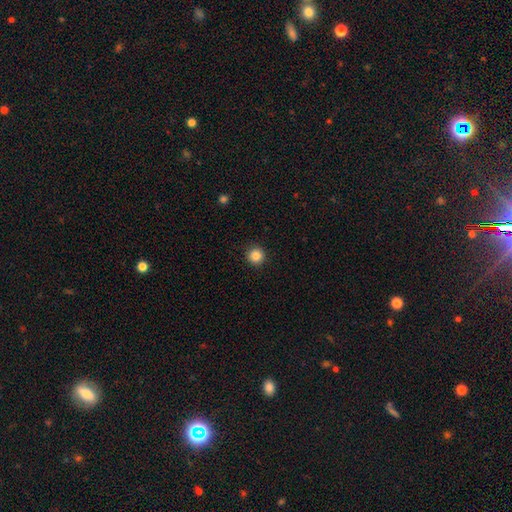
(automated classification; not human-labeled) This is clearly a smooth galaxy (85%). How rounded: clearly round (95%). Merging: clearly none (93%).